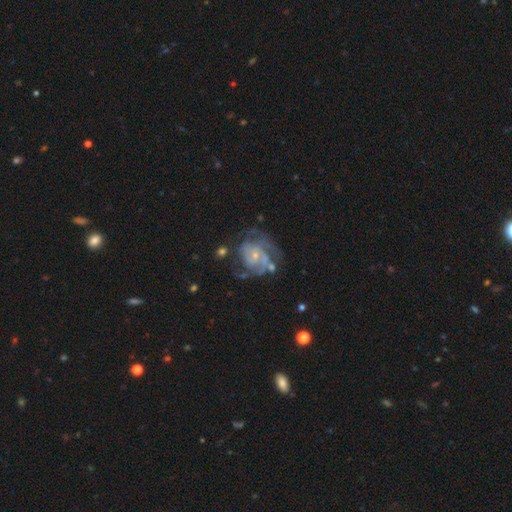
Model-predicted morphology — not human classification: Q: Smooth or featured?
A: featured or disk (80%); runner-up: smooth (12%)
Q: Edge-on disk?
A: no (98%); runner-up: yes (2%)
Q: Bar?
A: no (71%); runner-up: weak (24%)
Q: Spiral arms?
A: yes (84%); runner-up: no (16%)
Q: Spiral winding?
A: tight (45%); runner-up: medium (40%)
Q: Spiral arm count?
A: can't tell (35%); runner-up: 2 (28%)
Q: Bulge size?
A: small (72%); runner-up: moderate (21%)
Q: Merging?
A: none (47%); runner-up: major disturbance (25%)